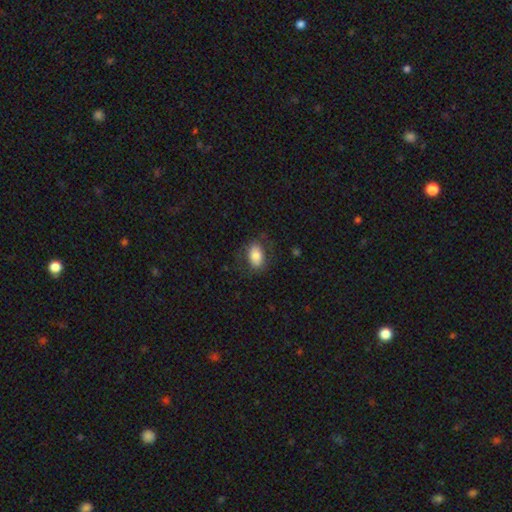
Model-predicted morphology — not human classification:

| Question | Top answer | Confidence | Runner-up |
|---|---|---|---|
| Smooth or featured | smooth | 80% | featured or disk (13%) |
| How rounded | in between | 89% | round (9%) |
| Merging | none | 75% | minor disturbance (16%) |